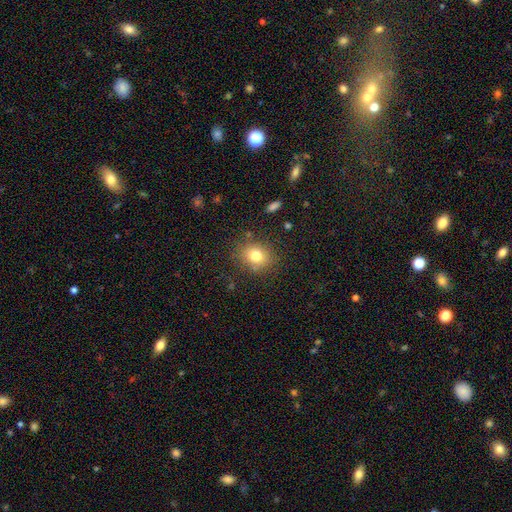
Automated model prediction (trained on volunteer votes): A smooth galaxy with no disk features (78%) that is round (56%).

Vote fractions:
- Smooth or featured? smooth: 78% / star or artifact: 12% / featured or disk: 10%
- How rounded? round: 56% / in between: 43% / cigar-shaped: 1%
- Merging? none: 82% / minor disturbance: 12% / major disturbance: 4% / merger: 3%